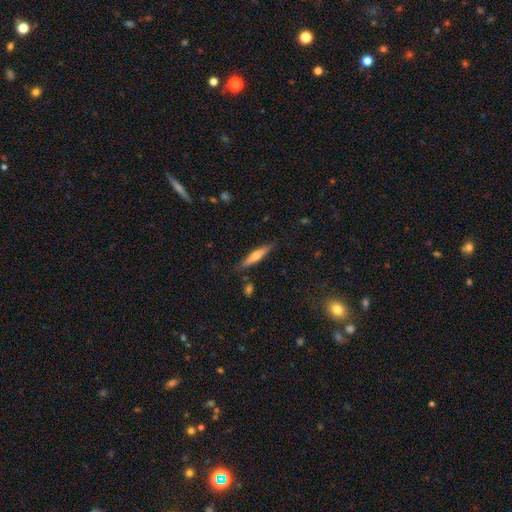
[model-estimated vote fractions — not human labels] This is possibly a smooth galaxy (49%). Merging: clearly none (84%).